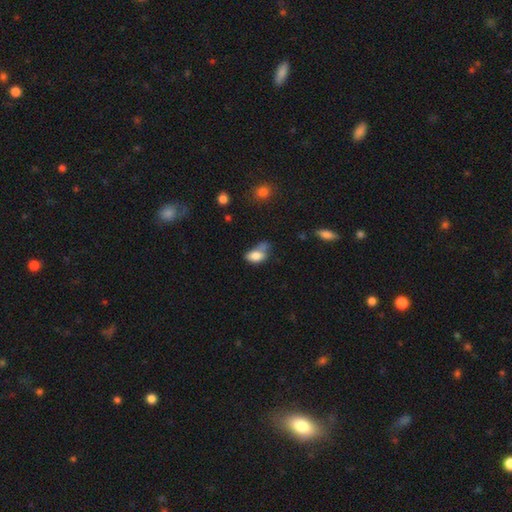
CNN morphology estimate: Smooth or featured? smooth (79%)
How rounded? in between (89%)
Merging? none (32%)